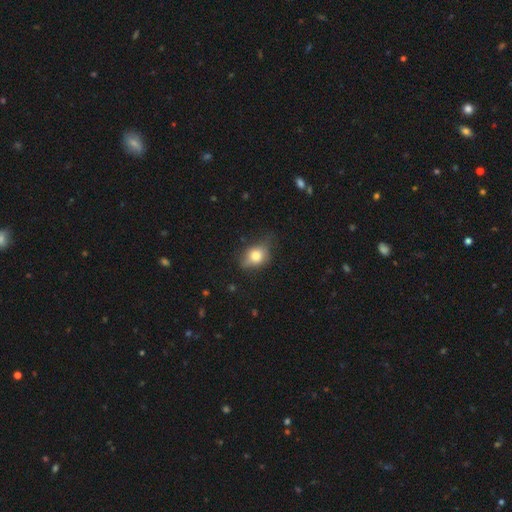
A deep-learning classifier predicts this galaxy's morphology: smooth_or_featured: smooth (p=0.73) [alt: featured or disk p=0.17]
how_rounded: in between (p=0.60) [alt: round p=0.38]
merging: none (p=0.55) [alt: minor disturbance p=0.33]